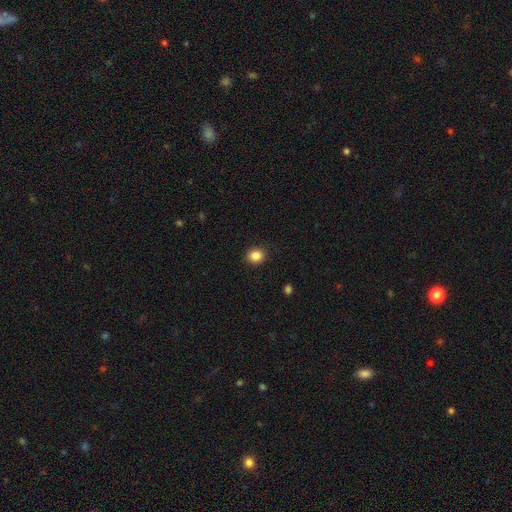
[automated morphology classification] A smooth galaxy with no disk features (86%) that is round (75%). Merging: none (90%).